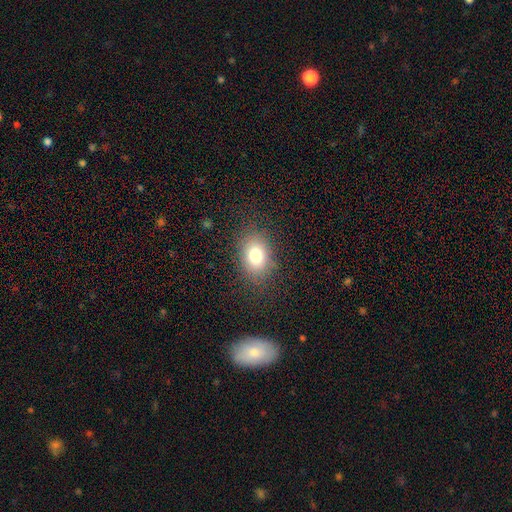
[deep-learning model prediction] A smooth galaxy with no disk features (78%) that is in between round and cigar-shaped (68%). Merging: none (83%).